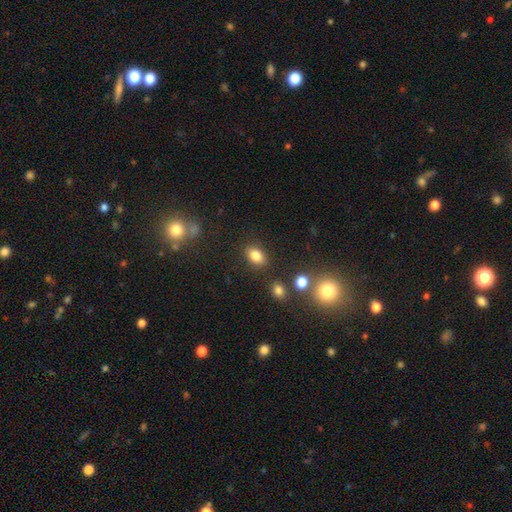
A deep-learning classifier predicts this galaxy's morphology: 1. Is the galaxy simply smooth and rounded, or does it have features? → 81% smooth, 12% star or artifact, 8% featured or disk.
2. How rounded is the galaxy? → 78% in between, 20% round, 2% cigar-shaped.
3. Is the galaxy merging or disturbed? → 83% none, 10% minor disturbance, 4% merger, 3% major disturbance.